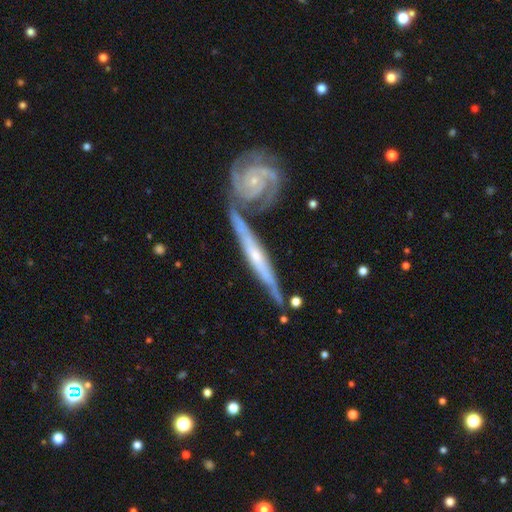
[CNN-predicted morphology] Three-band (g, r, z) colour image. It shows a featured or disk galaxy (82%) viewed edge-on (78%) with a rounded central bulge (55%). Merging: none (60%).